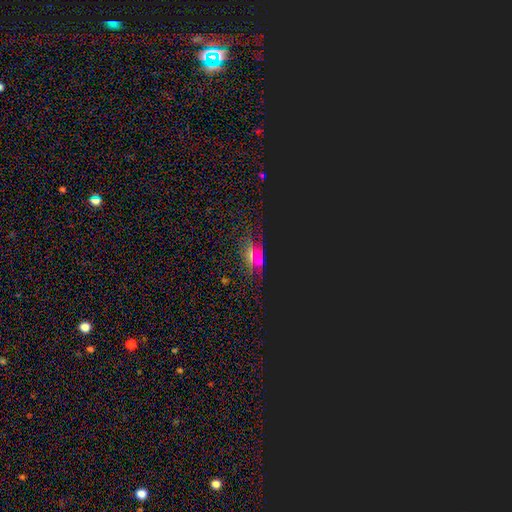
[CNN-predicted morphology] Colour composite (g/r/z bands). It shows a star or artifact, not a galaxy (63%).